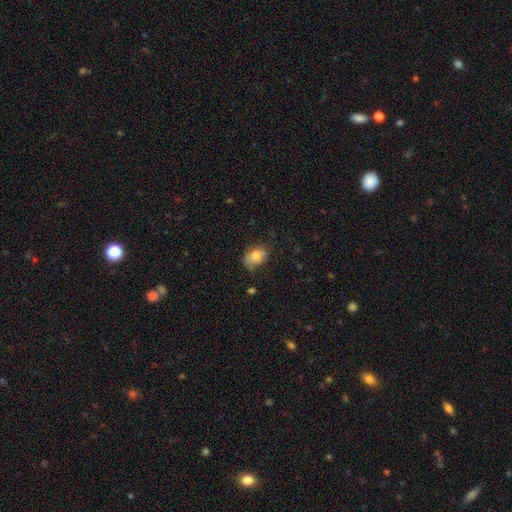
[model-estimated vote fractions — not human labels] Smooth or featured: smooth — 72% (featured or disk — 19%)
How rounded: in between — 76% (round — 22%)
Merging: none — 60% (minor disturbance — 29%)